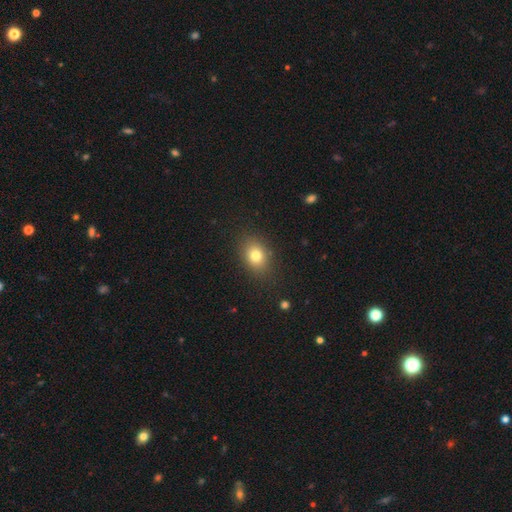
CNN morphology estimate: Overall: smooth (78%). How rounded: in between (61%; round 38%). Merging: none (85%).